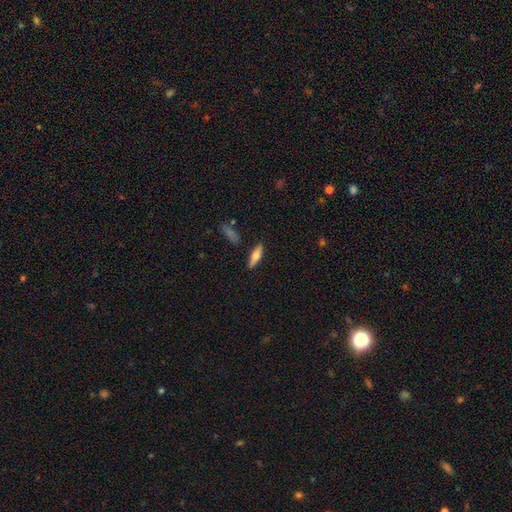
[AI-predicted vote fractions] Q: Smooth or featured?
A: smooth (61%); runner-up: featured or disk (33%)
Q: How rounded?
A: cigar-shaped (49%); runner-up: in between (48%)
Q: Merging?
A: none (86%); runner-up: minor disturbance (10%)